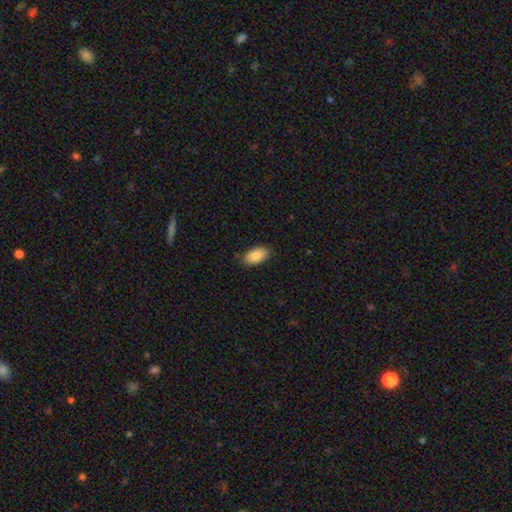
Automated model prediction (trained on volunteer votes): This is clearly a smooth galaxy (87%). How rounded: clearly in between (94%). Merging: clearly none (83%).